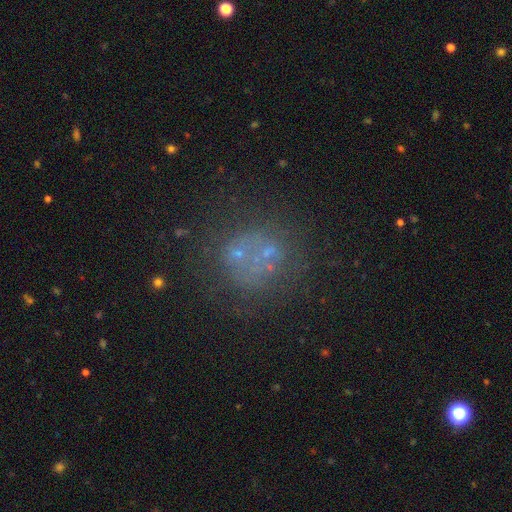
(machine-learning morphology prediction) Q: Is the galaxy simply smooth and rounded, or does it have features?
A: smooth — 35%.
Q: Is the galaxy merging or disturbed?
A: none — 57%.